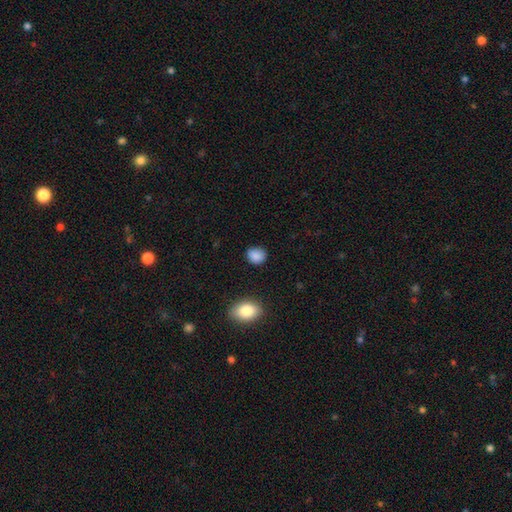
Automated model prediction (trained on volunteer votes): A smooth galaxy with no disk features (88%) that is round (62%). Merging: none (85%).